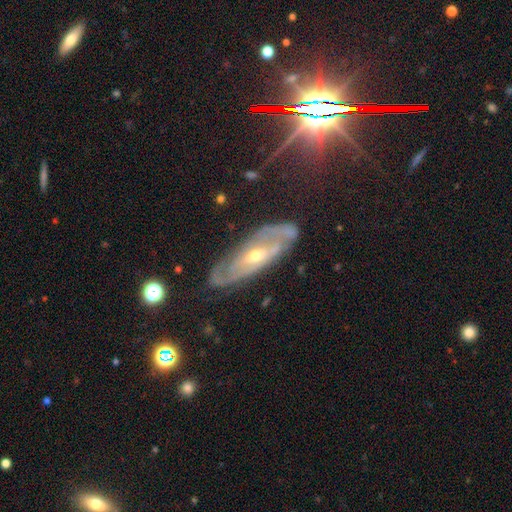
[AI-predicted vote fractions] Overall: featured or disk (80%). Edge-on disk: no (81%). Bar: no (40%; weak 39%). Spiral arms: yes (84%). Spiral arm count: 2 (45%; can't tell 39%). Spiral winding: tight (58%; medium 32%). Bulge size: moderate (51%; small 45%). Merging: none (76%).